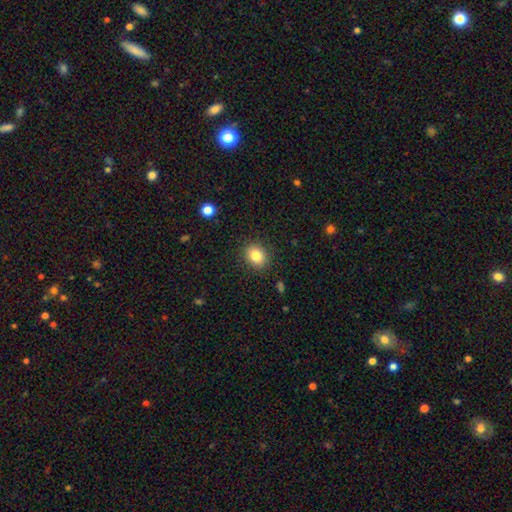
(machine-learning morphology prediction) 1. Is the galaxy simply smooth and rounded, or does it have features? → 83% smooth, 10% star or artifact, 7% featured or disk.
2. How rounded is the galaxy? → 50% in between, 49% round, 1% cigar-shaped.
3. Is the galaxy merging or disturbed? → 88% none, 8% minor disturbance, 2% major disturbance, 1% merger.